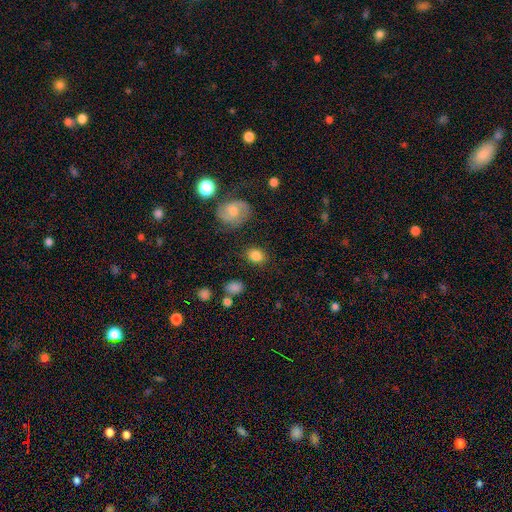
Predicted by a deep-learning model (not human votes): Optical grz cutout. It shows a smooth galaxy with no disk features (84%) that is in between round and cigar-shaped (55%). Merging: none (83%).